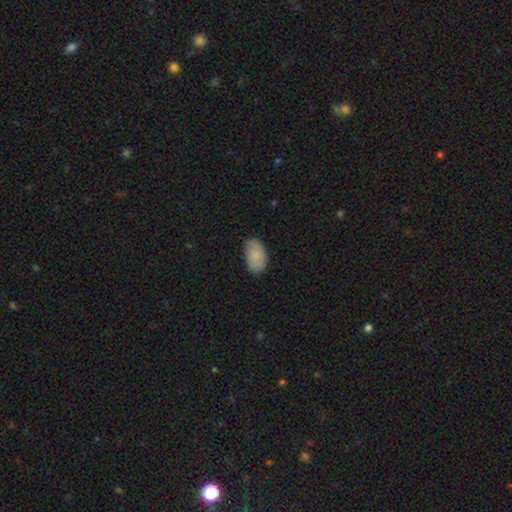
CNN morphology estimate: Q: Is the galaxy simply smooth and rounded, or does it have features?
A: smooth — 81%.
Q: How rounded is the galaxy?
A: in between — 94%.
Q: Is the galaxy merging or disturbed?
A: none — 73%.